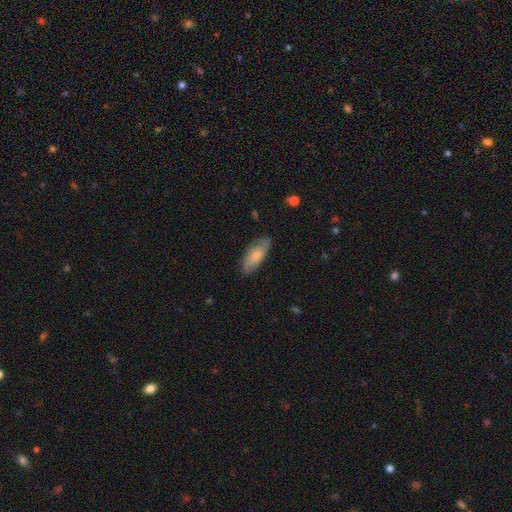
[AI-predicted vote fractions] Smooth or featured: smooth — 61% (featured or disk — 33%)
How rounded: in between — 79% (cigar-shaped — 19%)
Merging: none — 74% (minor disturbance — 20%)